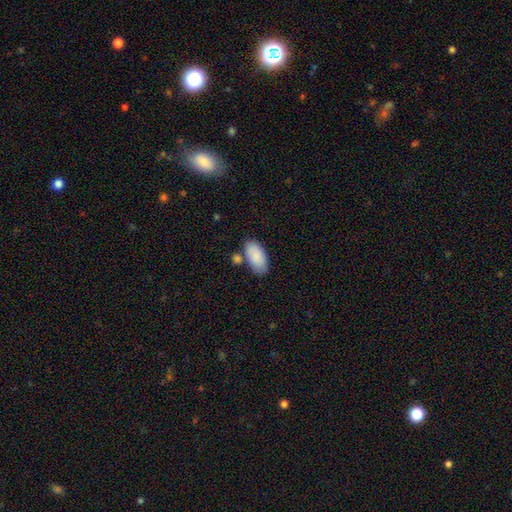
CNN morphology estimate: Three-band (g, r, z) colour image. It shows a smooth galaxy with no disk features (88%) that is in between round and cigar-shaped (95%). Merging: none (69%).